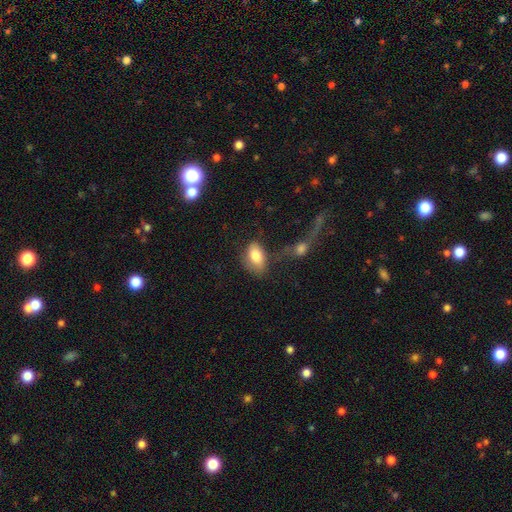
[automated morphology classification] A smooth galaxy with no disk features (80%) that is in between round and cigar-shaped (90%).

Vote fractions:
- Smooth or featured? smooth: 80% / featured or disk: 13% / star or artifact: 7%
- How rounded? in between: 90% / round: 7% / cigar-shaped: 2%
- Merging? none: 53% / minor disturbance: 20% / merger: 15% / major disturbance: 12%